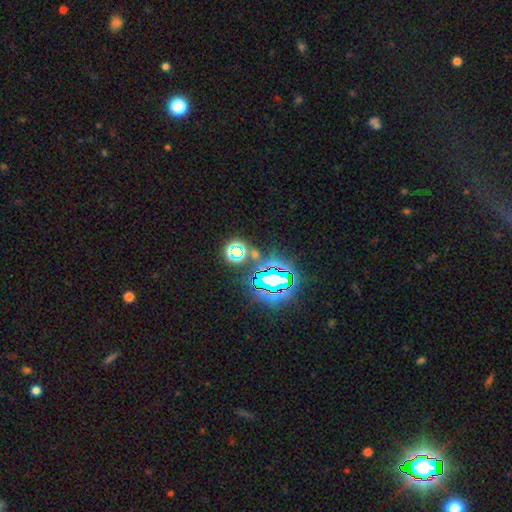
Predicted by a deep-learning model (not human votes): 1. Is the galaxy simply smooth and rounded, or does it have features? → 74% star or artifact, 17% smooth, 9% featured or disk.